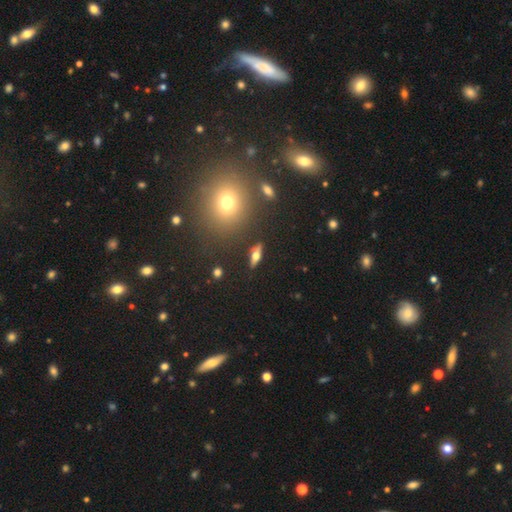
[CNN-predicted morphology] A featured or disk galaxy (54%) viewed edge-on (89%). Merging: none (87%).